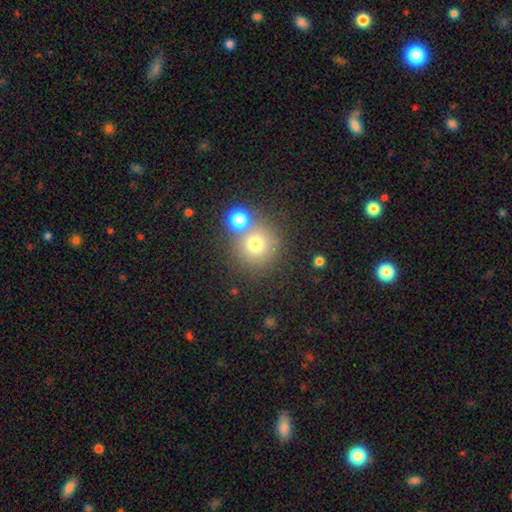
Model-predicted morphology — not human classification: type=smooth (70%); roundness=round (91%); merging=none (66%).